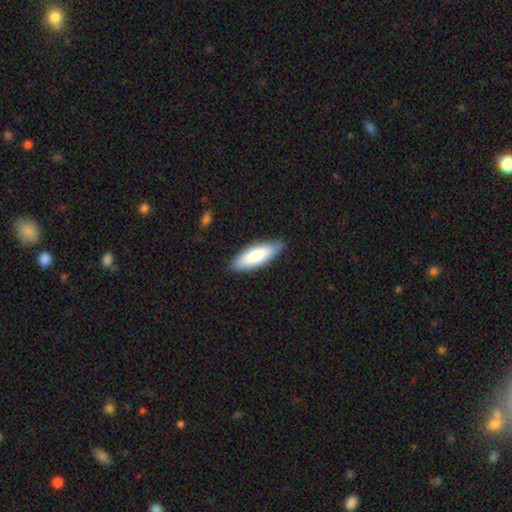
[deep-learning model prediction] This is likely a smooth galaxy (80%). How rounded: likely in between (62%). Merging: clearly none (86%).